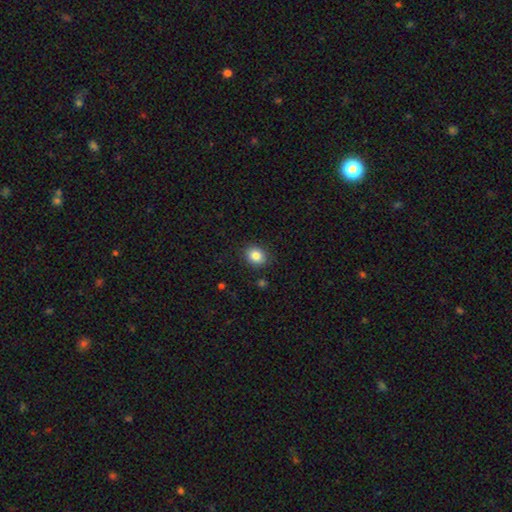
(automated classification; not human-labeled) Smooth or featured: smooth — 85% (star or artifact — 10%)
How rounded: round — 59% (in between — 40%)
Merging: none — 88% (minor disturbance — 8%)